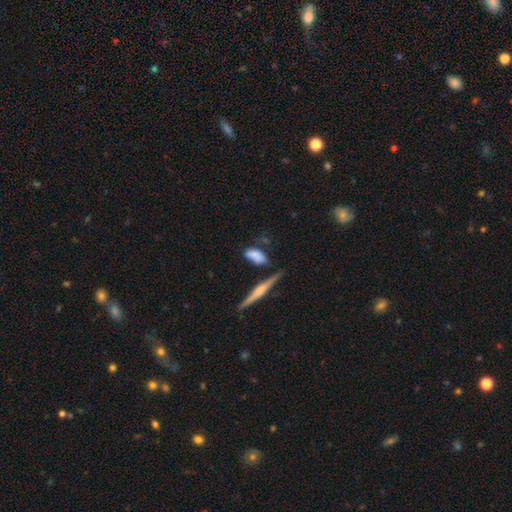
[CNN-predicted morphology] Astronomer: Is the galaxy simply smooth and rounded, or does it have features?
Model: smooth — 69%.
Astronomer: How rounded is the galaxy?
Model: in between — 76%.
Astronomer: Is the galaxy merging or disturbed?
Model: none — 52%.